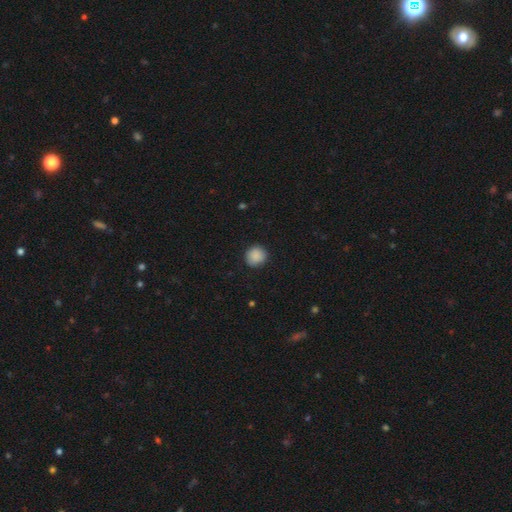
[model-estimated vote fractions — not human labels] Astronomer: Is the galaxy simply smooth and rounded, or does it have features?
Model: smooth — 89%.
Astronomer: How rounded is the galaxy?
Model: round — 89%.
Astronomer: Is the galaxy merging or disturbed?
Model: none — 87%.